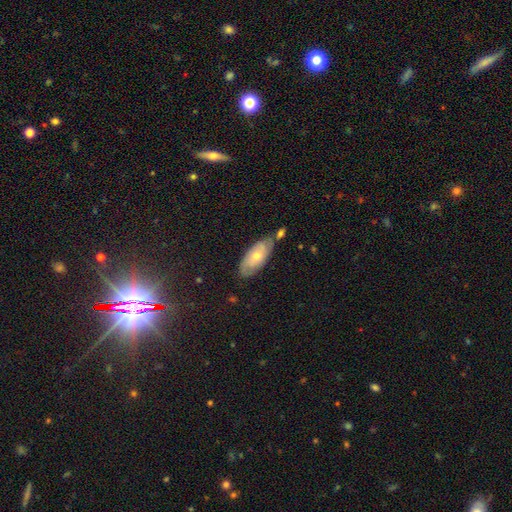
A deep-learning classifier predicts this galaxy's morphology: The model was most divided on "smooth or featured": featured or disk: 53%, smooth: 37%, star or artifact: 11%. More confident: edge-on disk — no (82%); merging — none (66%).